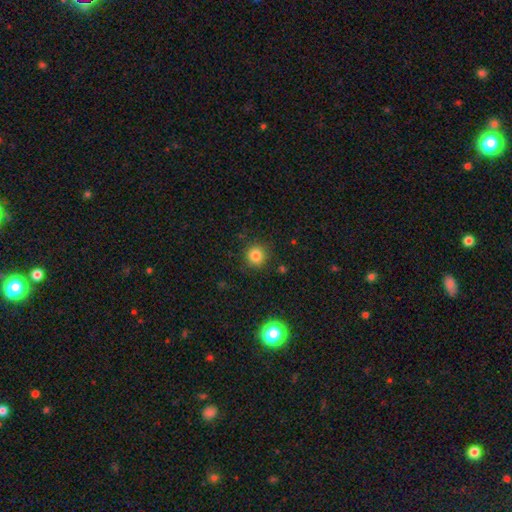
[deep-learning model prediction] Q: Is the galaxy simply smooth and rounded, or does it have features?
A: smooth — 82%.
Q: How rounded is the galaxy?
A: round — 91%.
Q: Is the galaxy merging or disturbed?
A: none — 88%.